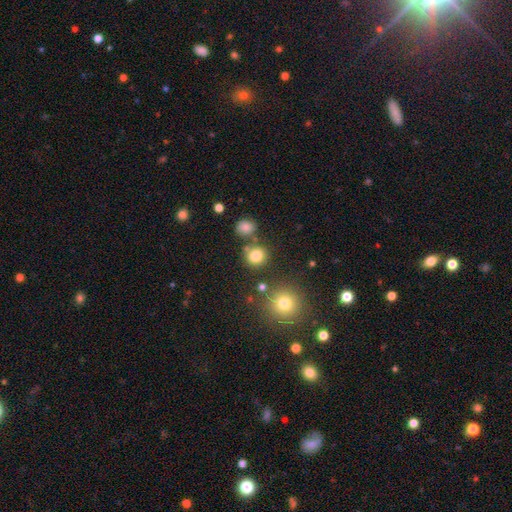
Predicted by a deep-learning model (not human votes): smooth-or-featured: smooth: 80% | star or artifact: 14% | featured or disk: 6%
  how-rounded: round: 87% | in between: 12% | cigar-shaped: 1%
  merging: none: 77% | merger: 10% | minor disturbance: 9% | major disturbance: 4%